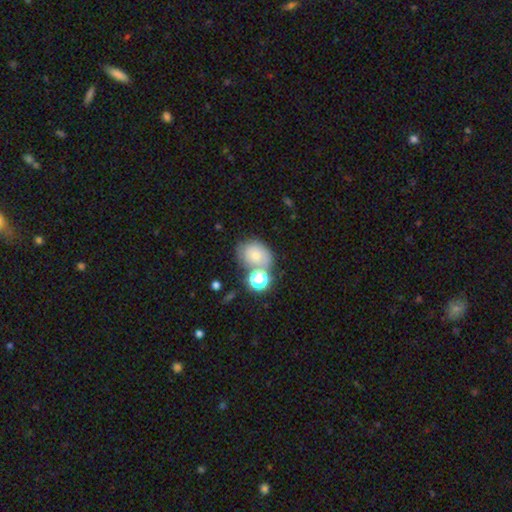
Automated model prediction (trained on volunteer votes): This is likely a smooth galaxy (71%). How rounded: possibly in between (56%). Merging: possibly none (51%).